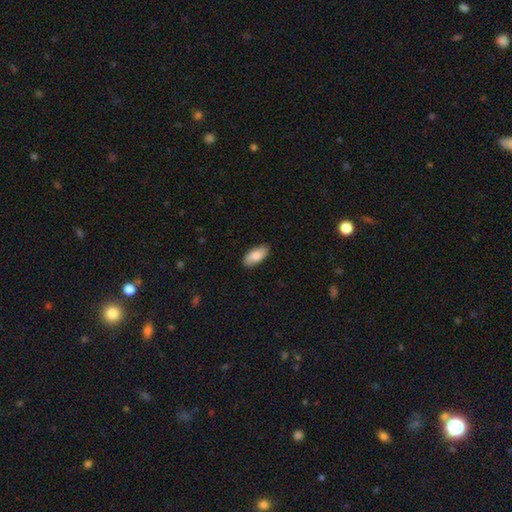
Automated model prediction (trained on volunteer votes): A smooth galaxy with no disk features (84%) that is in between round and cigar-shaped (89%). Merging: none (86%).